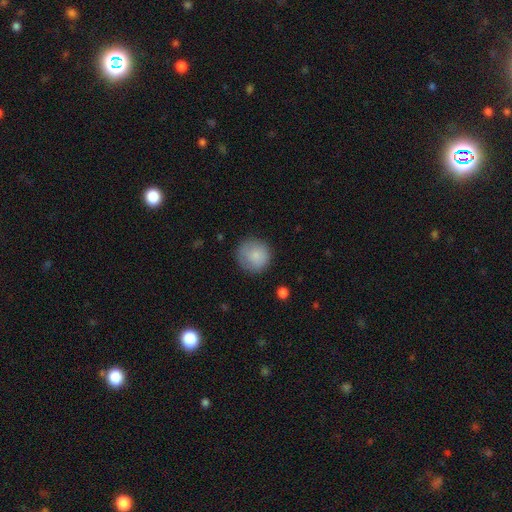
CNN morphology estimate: smooth-or-featured: smooth: 85% | featured or disk: 8% | star or artifact: 7%
  how-rounded: round: 94% | in between: 5% | cigar-shaped: 1%
  merging: none: 83% | minor disturbance: 12% | major disturbance: 3% | merger: 1%